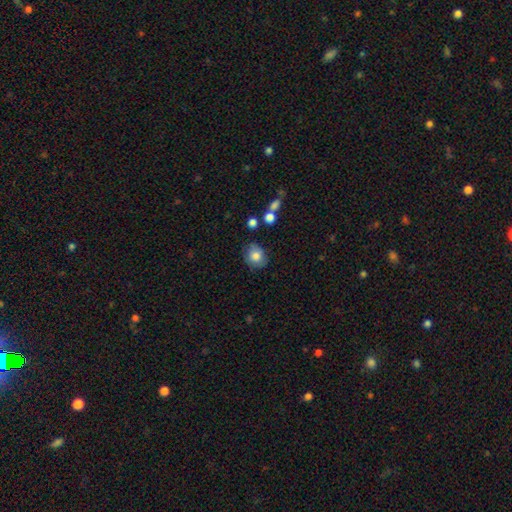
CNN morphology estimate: smooth_or_featured: smooth (p=0.77) [alt: featured or disk p=0.14]
how_rounded: round (p=0.66) [alt: in between p=0.33]
merging: none (p=0.72) [alt: minor disturbance p=0.20]